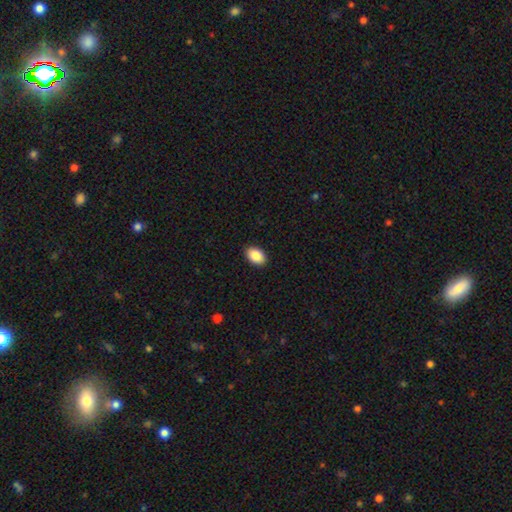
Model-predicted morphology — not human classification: smooth_or_featured: smooth (p=0.88) [alt: star or artifact p=0.07]
how_rounded: in between (p=0.87) [alt: round p=0.12]
merging: none (p=0.91) [alt: minor disturbance p=0.07]